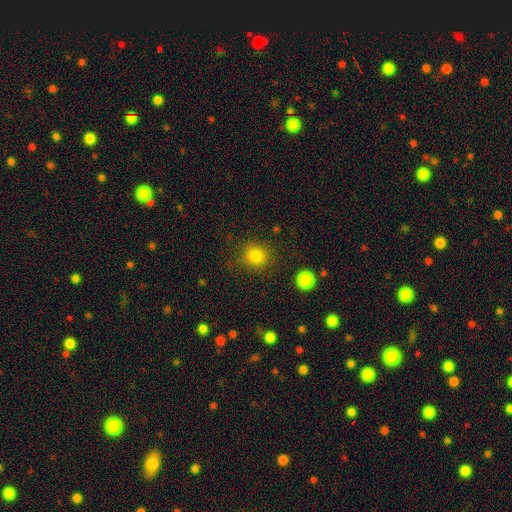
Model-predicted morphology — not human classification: type=smooth (82%); roundness=round (88%); merging=none (85%).